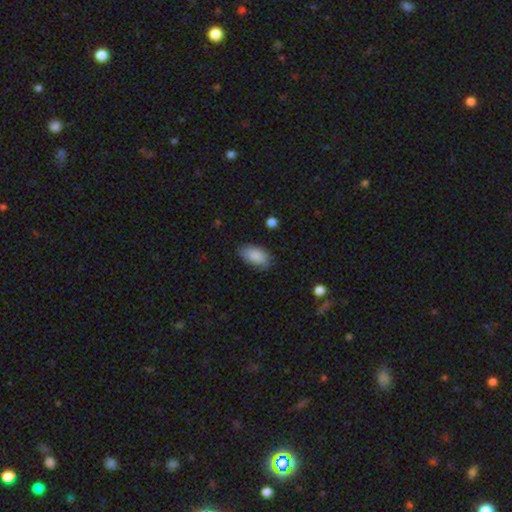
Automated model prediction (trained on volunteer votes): smooth-or-featured: smooth: 87% | featured or disk: 7% | star or artifact: 7%
  how-rounded: in between: 94% | round: 4% | cigar-shaped: 3%
  merging: none: 77% | minor disturbance: 18% | major disturbance: 4% | merger: 1%